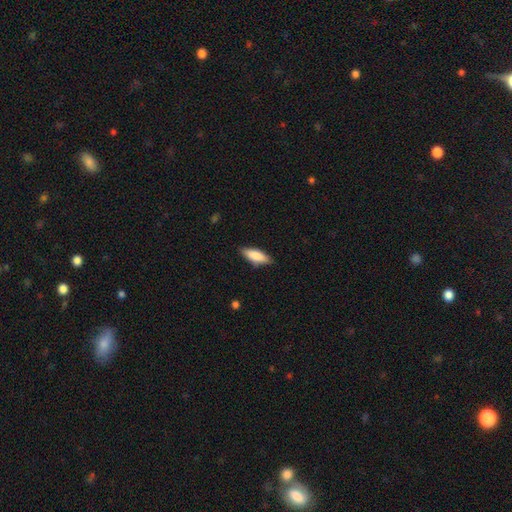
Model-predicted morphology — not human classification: type=smooth (82%); roundness=in between (65%); merging=none (84%).